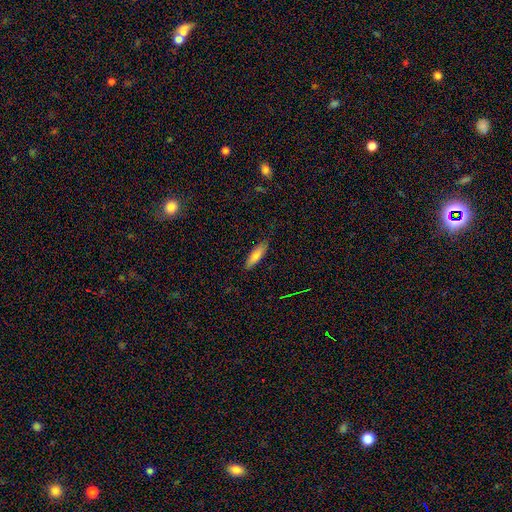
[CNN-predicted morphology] type=smooth (77%); roundness=cigar-shaped (55%); merging=none (82%).